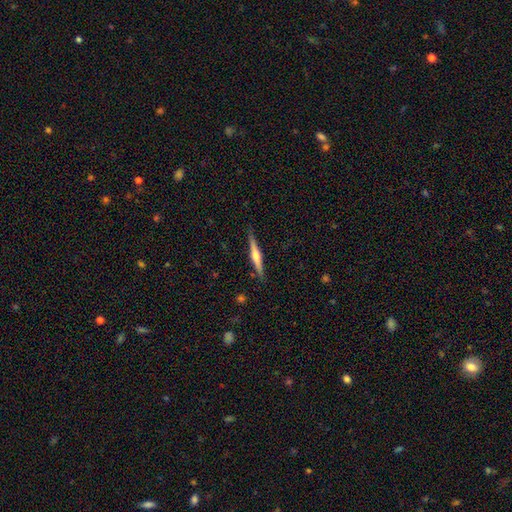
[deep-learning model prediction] smooth-or-featured: featured or disk: 65% | smooth: 30% | star or artifact: 6%
  disk-edge-on: yes: 98% | no: 2%
    edge-on-bulge: rounded: 85% | boxy: 9% | none: 7%
  merging: none: 88% | minor disturbance: 9% | major disturbance: 2% | merger: 1%